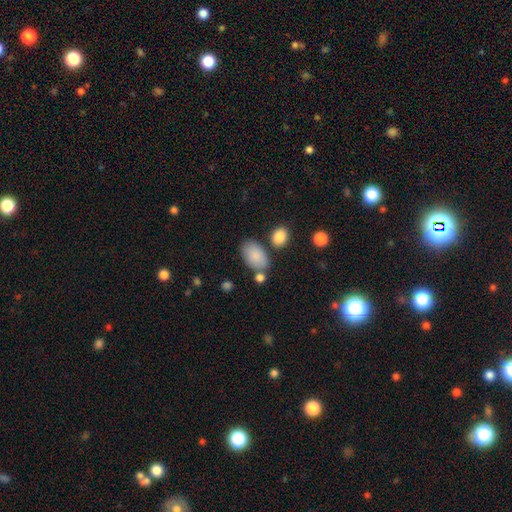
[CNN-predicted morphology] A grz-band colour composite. It shows a smooth galaxy with no disk features (86%) that is in between round and cigar-shaped (93%). Merging: none (68%).